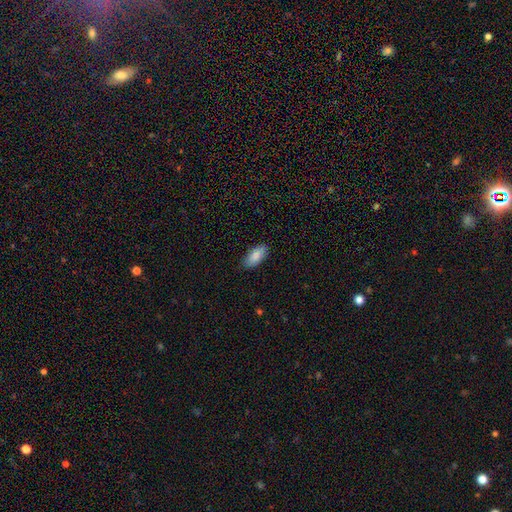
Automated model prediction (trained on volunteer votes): smooth_or_featured: smooth (p=0.87) [alt: featured or disk p=0.07]
how_rounded: in between (p=0.89) [alt: cigar-shaped p=0.09]
merging: none (p=0.85) [alt: minor disturbance p=0.12]